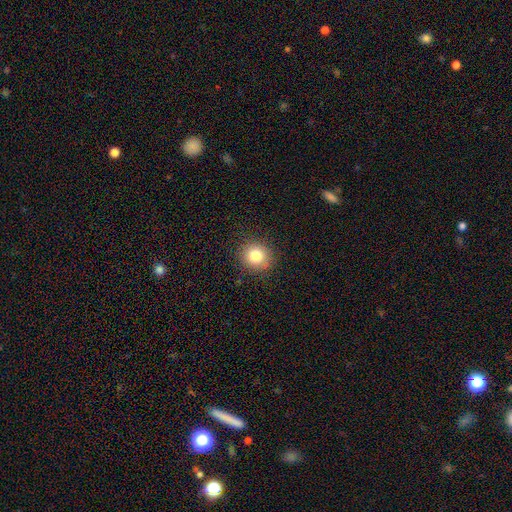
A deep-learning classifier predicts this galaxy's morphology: This appears to be a smooth galaxy with no disk features (81%) that is round (84%). Merging: none (88%).